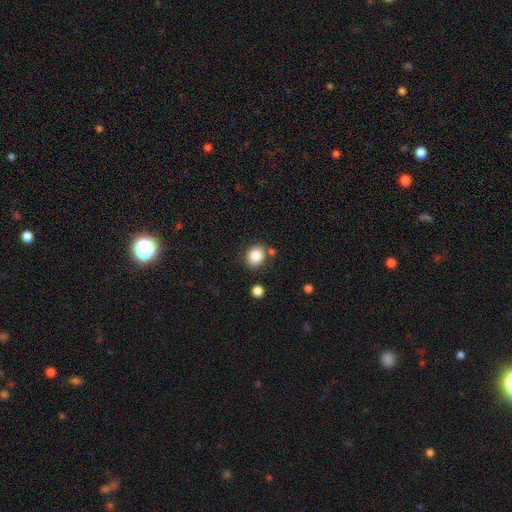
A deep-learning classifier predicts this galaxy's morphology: This appears to be a smooth galaxy with no disk features (84%) that is round (65%). Merging: none (77%).